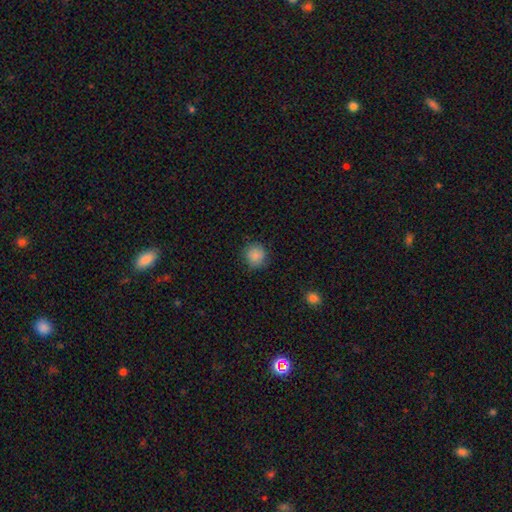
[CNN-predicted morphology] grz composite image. It shows a smooth galaxy with no disk features (87%) that is round (91%). Merging: none (87%).